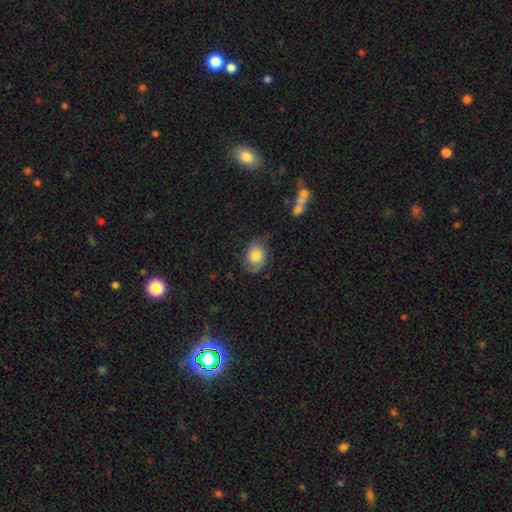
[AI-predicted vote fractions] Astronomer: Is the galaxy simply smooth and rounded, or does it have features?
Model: smooth — 51% (runner-up: featured or disk, 40%).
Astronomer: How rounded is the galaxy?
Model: in between — 51% (runner-up: round, 48%).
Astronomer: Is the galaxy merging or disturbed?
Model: none — 58%.